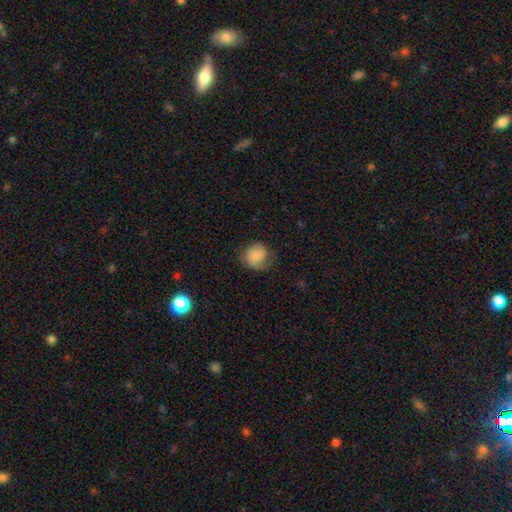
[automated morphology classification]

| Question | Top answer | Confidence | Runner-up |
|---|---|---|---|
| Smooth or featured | smooth | 69% | featured or disk (23%) |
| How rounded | round | 77% | in between (22%) |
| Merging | none | 53% | minor disturbance (27%) |